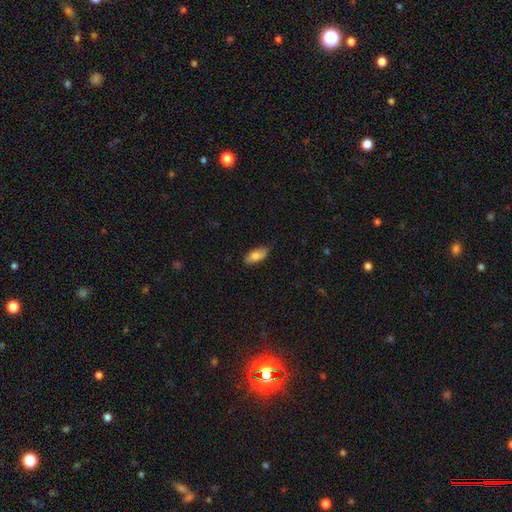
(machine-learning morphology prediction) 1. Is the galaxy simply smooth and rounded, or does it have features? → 76% smooth, 17% featured or disk, 6% star or artifact.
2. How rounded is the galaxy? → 84% in between, 13% cigar-shaped, 3% round.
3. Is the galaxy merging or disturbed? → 75% none, 21% minor disturbance, 3% major disturbance, 1% merger.